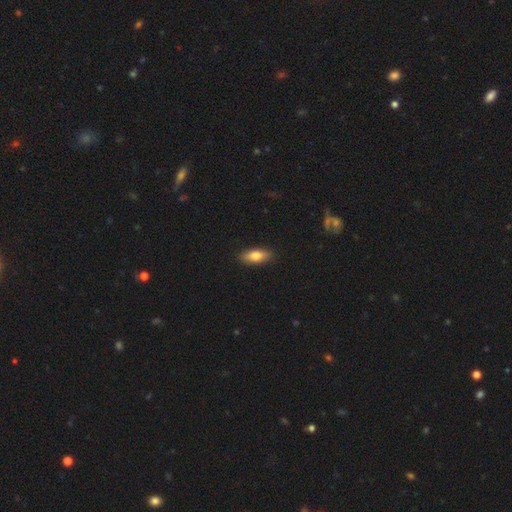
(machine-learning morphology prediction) Smooth or featured? Predicted: smooth (p=0.80). How rounded? Predicted: in between (p=0.78). Merging? Predicted: none (p=0.88).